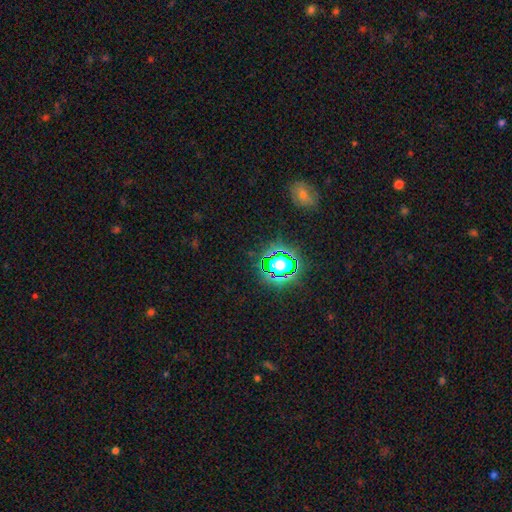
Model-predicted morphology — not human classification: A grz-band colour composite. It shows a star or artifact, not a galaxy (75%).